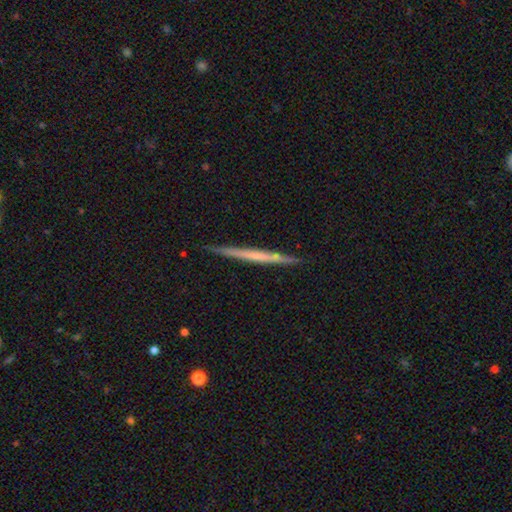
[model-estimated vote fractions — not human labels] Overall: featured or disk (58%; smooth 36%). Edge-on disk: yes (98%). Edge-on bulge: none (84%). Merging: none (89%).